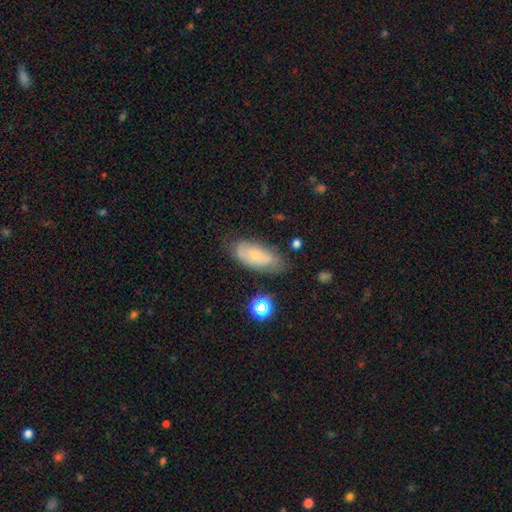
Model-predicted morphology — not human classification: smooth 53%, featured or disk 38%, star or artifact 9%. Down the decision tree: how rounded — in between (87%); merging — none (64%).